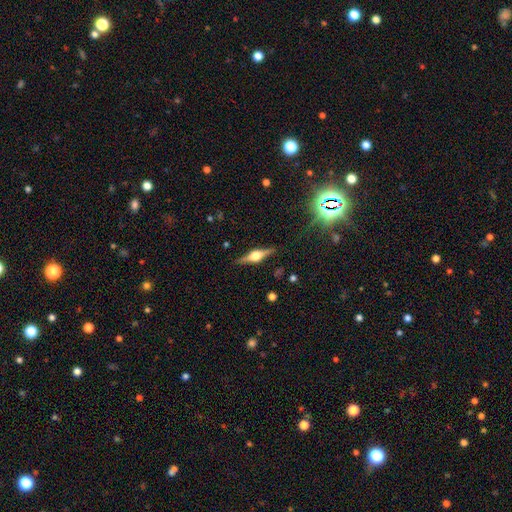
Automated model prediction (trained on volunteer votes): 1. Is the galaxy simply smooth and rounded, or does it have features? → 79% featured or disk, 15% smooth, 7% star or artifact.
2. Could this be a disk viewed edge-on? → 98% yes, 2% no.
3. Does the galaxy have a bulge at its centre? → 92% rounded, 7% boxy, 1% none.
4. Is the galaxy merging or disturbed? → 88% none, 8% minor disturbance, 2% major disturbance, 1% merger.